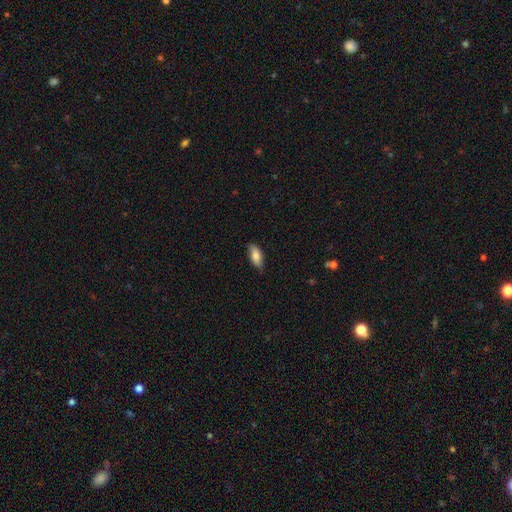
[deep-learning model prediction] Smooth or featured: smooth — 81% (featured or disk — 13%)
How rounded: in between — 85% (cigar-shaped — 13%)
Merging: none — 82% (minor disturbance — 15%)